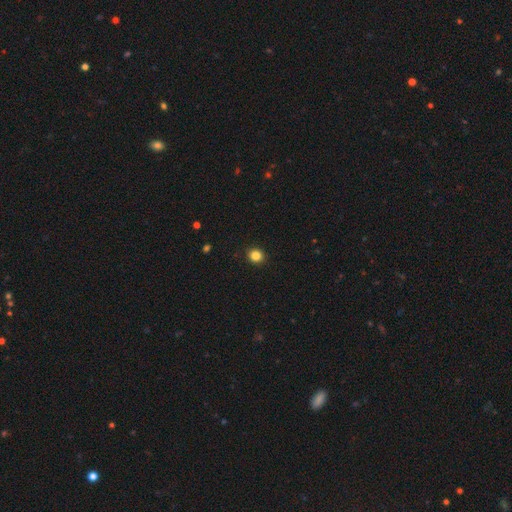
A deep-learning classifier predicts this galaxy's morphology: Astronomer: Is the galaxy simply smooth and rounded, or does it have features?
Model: smooth — 85%.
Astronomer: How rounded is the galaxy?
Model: round — 85%.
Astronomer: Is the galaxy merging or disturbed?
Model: none — 92%.